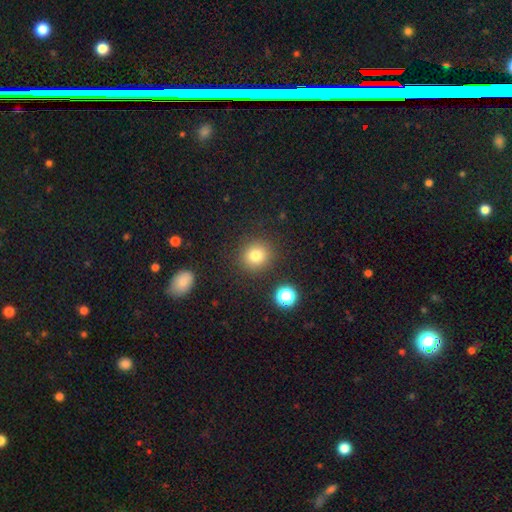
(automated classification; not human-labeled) A smooth galaxy with no disk features (79%) that is round (89%). Merging: none (88%).